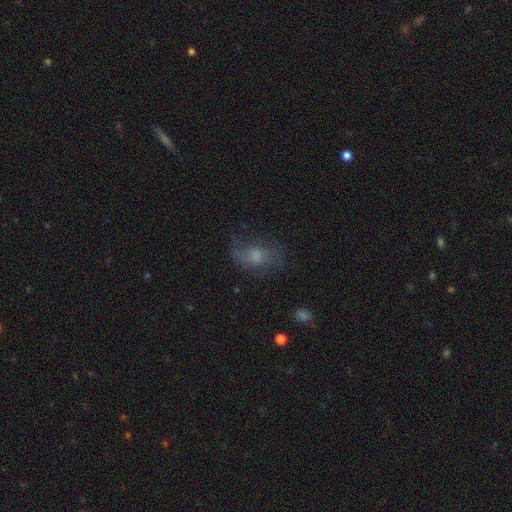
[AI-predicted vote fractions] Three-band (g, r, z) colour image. It shows a featured or disk galaxy (48%). Merging: none (53%).